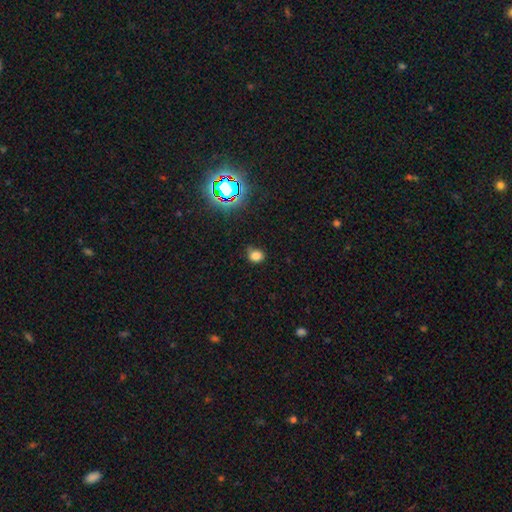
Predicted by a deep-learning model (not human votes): Overall: smooth (77%). How rounded: round (56%; in between 43%). Merging: none (62%; minor disturbance 28%).